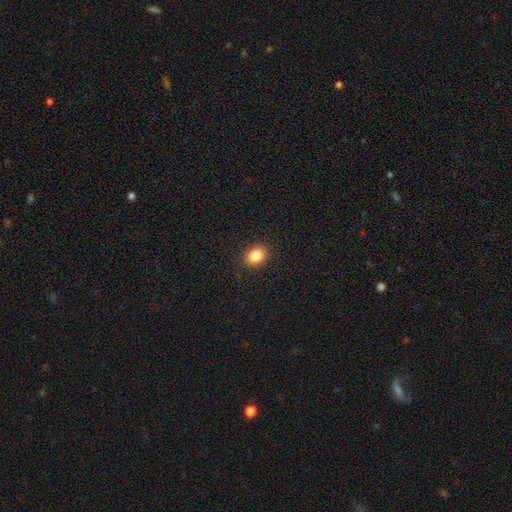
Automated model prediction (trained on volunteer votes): The model was most divided on "how rounded": in between: 66%, round: 33%, cigar-shaped: 1%. More confident: merging — none (90%); smooth or featured — smooth (86%).